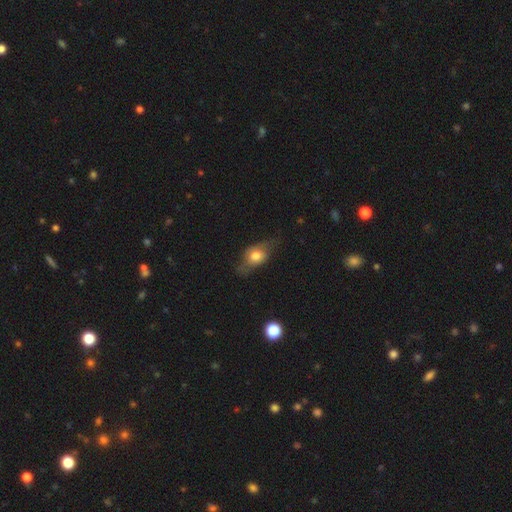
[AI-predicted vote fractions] The model was most divided on "smooth or featured": smooth: 55%, featured or disk: 37%, star or artifact: 8%. More confident: how rounded — in between (70%); merging — none (59%).